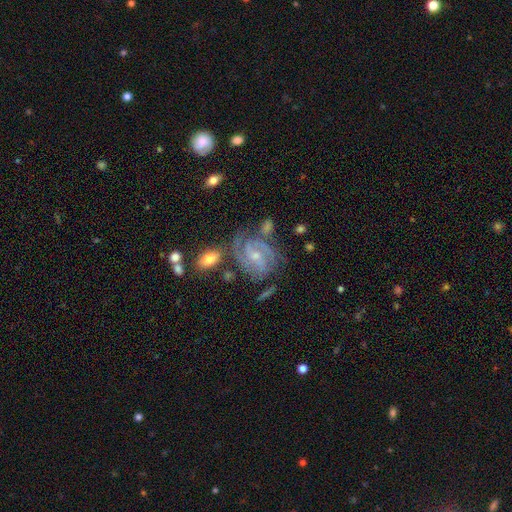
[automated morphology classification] featured or disk 87%, smooth 7%, star or artifact 6%. Down the decision tree: edge-on disk — no (98%); bar — no (44%, tied with weak); spiral arms — yes (97%); spiral arm count — 3 (34%); spiral winding — tight (57%); bulge size — small (59%); merging — none (59%).